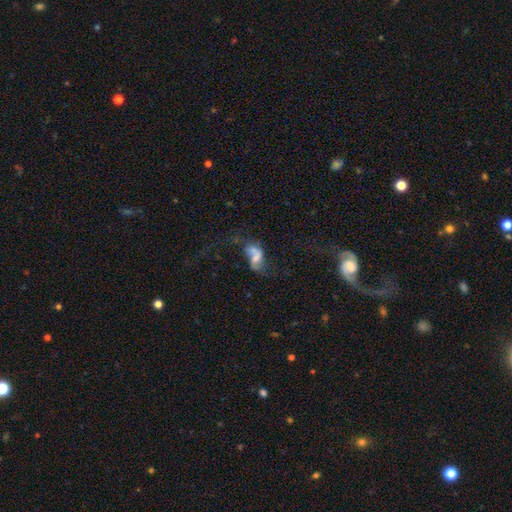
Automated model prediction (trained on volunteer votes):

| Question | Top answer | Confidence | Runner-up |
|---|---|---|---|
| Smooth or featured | featured or disk | 47% | smooth (41%) |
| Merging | major disturbance | 28% | none (27%) |